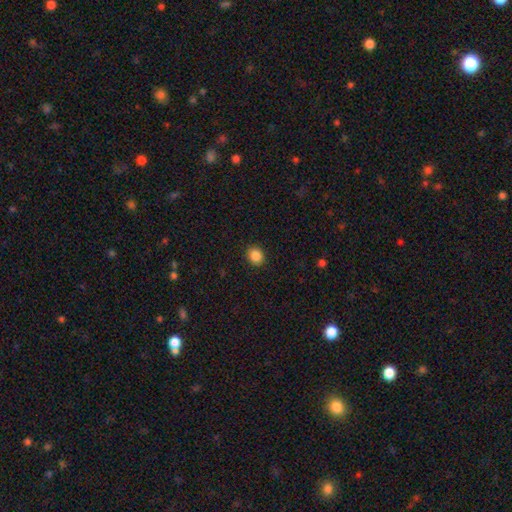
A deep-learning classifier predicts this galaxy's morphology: smooth-or-featured: smooth: 87% | star or artifact: 10% | featured or disk: 3%
  how-rounded: round: 71% | in between: 29% | cigar-shaped: 1%
  merging: none: 91% | minor disturbance: 6% | major disturbance: 2% | merger: 1%